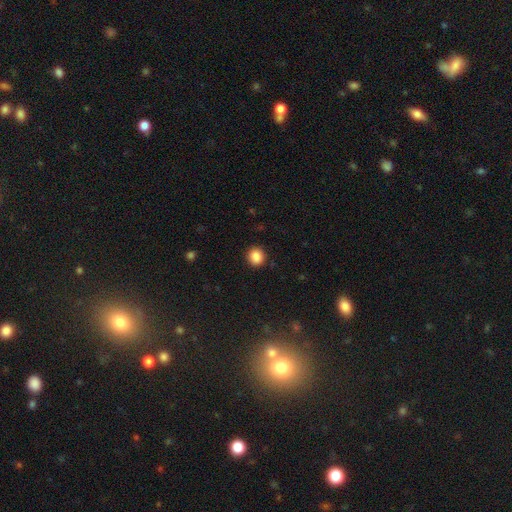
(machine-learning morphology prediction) Smooth or featured? smooth (87%)
How rounded? round (81%)
Merging? none (89%)